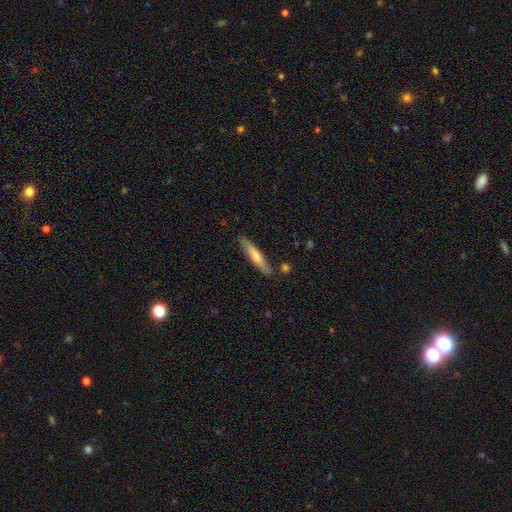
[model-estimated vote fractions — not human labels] Smooth or featured? smooth (49%)
Merging? none (84%)